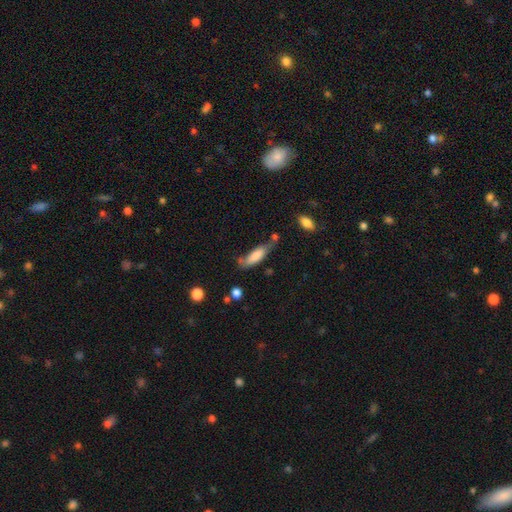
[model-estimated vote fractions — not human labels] smooth 75%, featured or disk 18%, star or artifact 7%. Down the decision tree: how rounded — in between (52%); merging — none (42%).